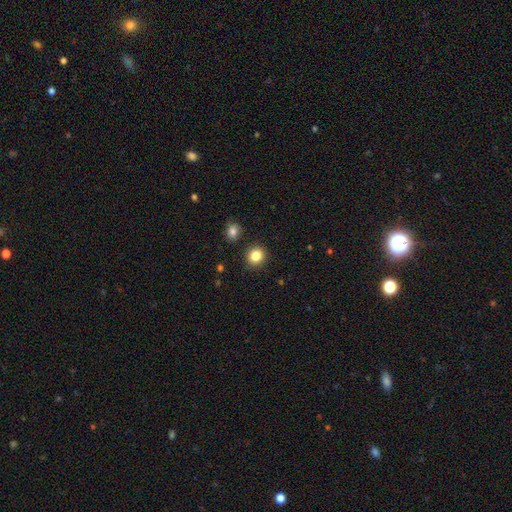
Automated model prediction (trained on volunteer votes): smooth-or-featured: smooth: 85% | star or artifact: 11% | featured or disk: 4%
  how-rounded: round: 84% | in between: 15% | cigar-shaped: 1%
  merging: none: 88% | minor disturbance: 7% | merger: 3% | major disturbance: 2%